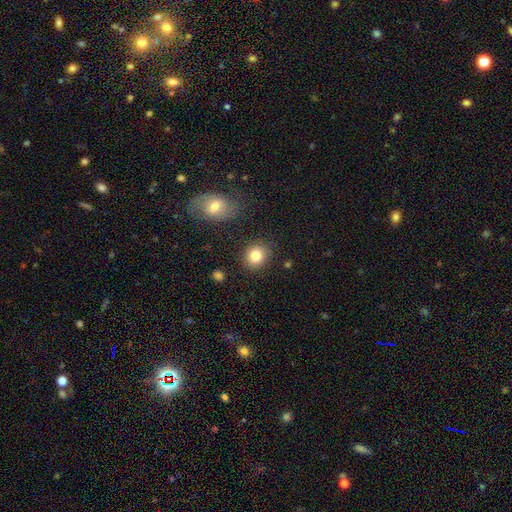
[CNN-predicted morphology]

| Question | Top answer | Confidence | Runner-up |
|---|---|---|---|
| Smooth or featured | smooth | 82% | star or artifact (10%) |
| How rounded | round | 76% | in between (23%) |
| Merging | none | 85% | minor disturbance (9%) |